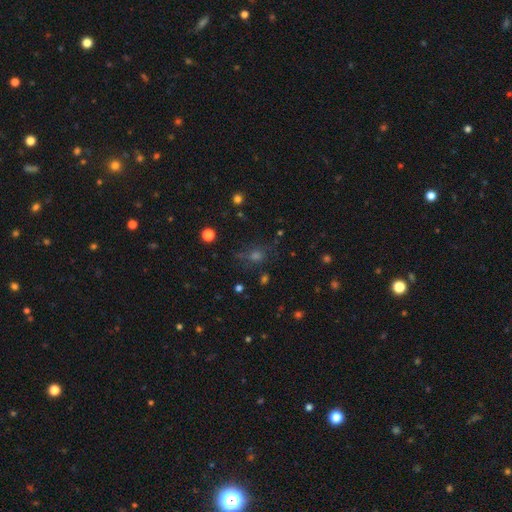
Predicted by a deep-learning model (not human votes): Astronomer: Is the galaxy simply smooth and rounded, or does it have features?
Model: smooth — 46% (runner-up: star or artifact, 40%).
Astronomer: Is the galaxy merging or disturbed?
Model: none — 69%.